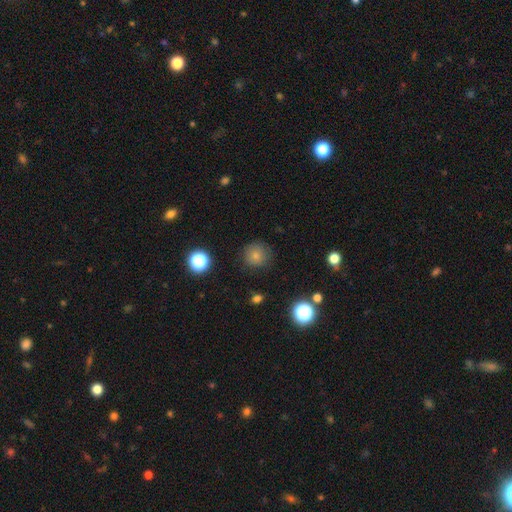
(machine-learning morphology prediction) A smooth galaxy with no disk features (77%) that is round (93%). Merging: none (82%).